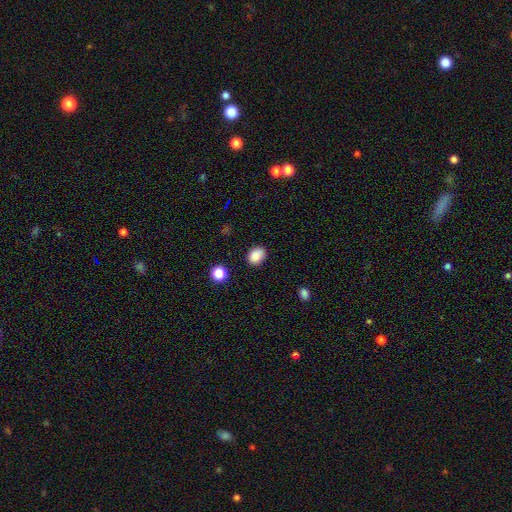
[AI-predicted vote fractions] This is clearly a smooth galaxy (86%). How rounded: possibly in between (58%). Merging: clearly none (83%).